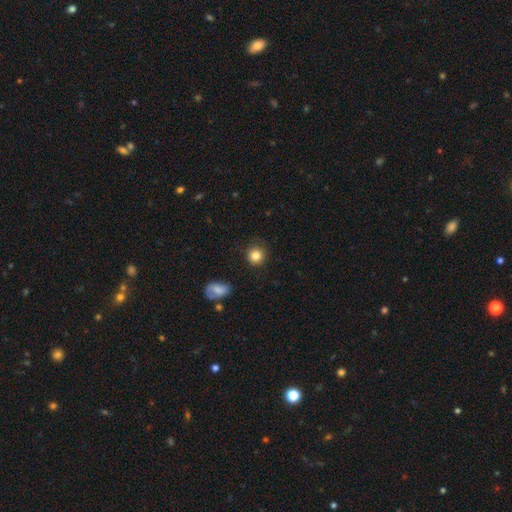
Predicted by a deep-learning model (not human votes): Smooth or featured? smooth (83%)
How rounded? round (90%)
Merging? none (83%)